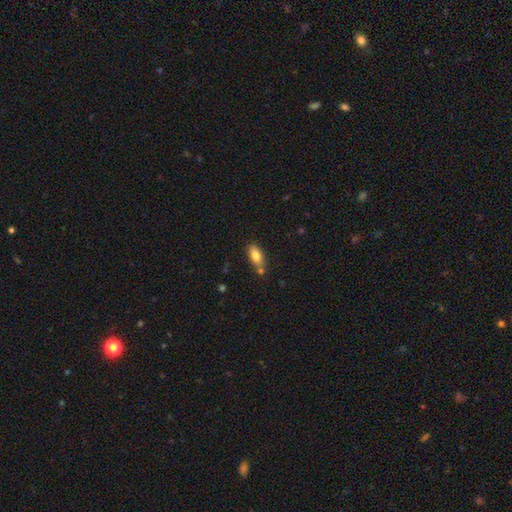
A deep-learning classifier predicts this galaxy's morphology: Overall: smooth (80%). How rounded: in between (85%). Merging: none (62%).